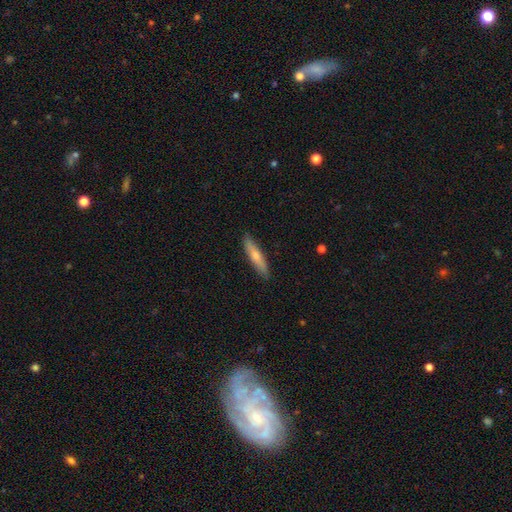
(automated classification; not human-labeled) Smooth or featured: smooth — 66% (featured or disk — 28%)
How rounded: cigar-shaped — 83% (in between — 16%)
Merging: none — 89% (minor disturbance — 9%)